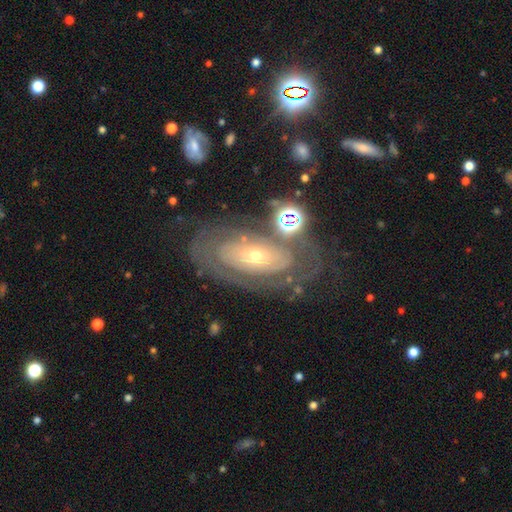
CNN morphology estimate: smooth-or-featured: featured or disk: 74% | smooth: 17% | star or artifact: 9%
  disk-edge-on: no: 91% | yes: 9%
    bar: no: 81% | weak: 13% | strong: 5%
    has-spiral-arms: yes: 72% | no: 28%
    bulge-size: small: 71% | moderate: 24% | large: 2% | none: 1% | dominant: 1%
  merging: none: 67% | minor disturbance: 17% | major disturbance: 11% | merger: 5%